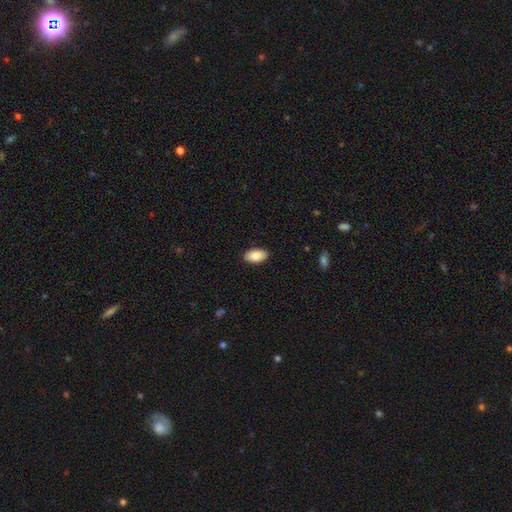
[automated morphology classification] smooth-or-featured: smooth: 86% | featured or disk: 8% | star or artifact: 6%
  how-rounded: in between: 95% | round: 3% | cigar-shaped: 2%
  merging: none: 89% | minor disturbance: 8% | major disturbance: 2% | merger: 1%